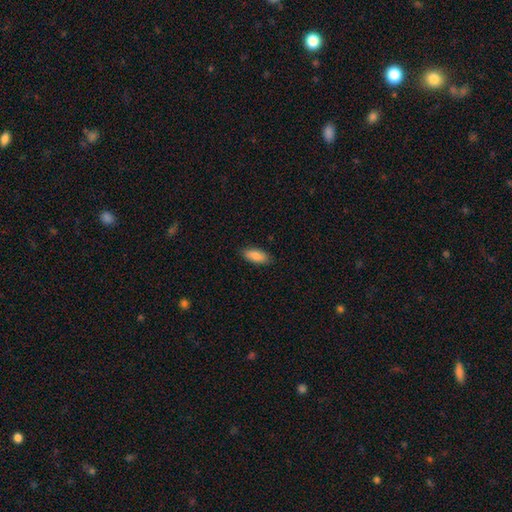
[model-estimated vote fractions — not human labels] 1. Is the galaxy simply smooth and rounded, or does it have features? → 84% smooth, 9% featured or disk, 6% star or artifact.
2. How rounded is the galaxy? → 85% in between, 13% cigar-shaped, 2% round.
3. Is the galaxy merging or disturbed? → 88% none, 9% minor disturbance, 2% major disturbance, 1% merger.